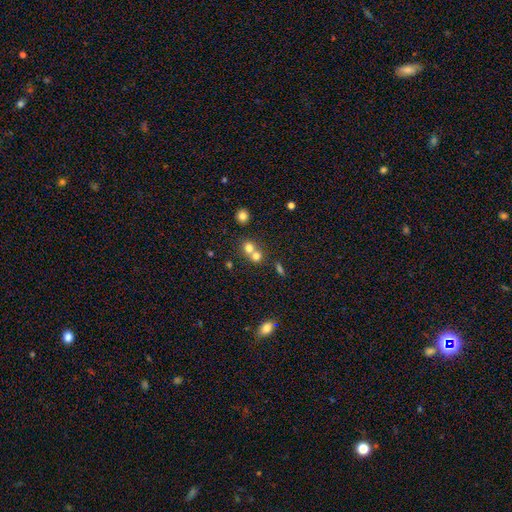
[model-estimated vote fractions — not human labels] This appears to be a smooth galaxy with no disk features (74%) that is round (80%). Merging: merger (57%).